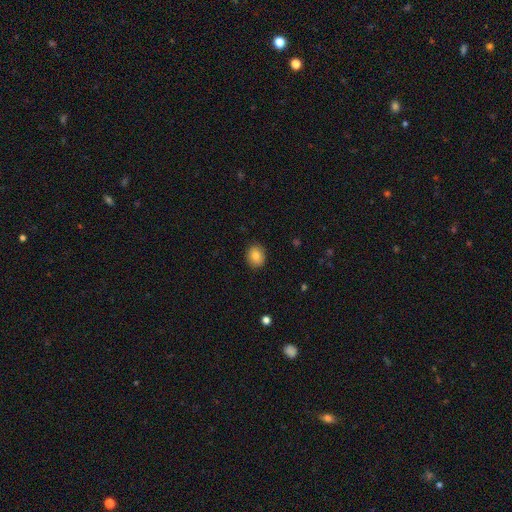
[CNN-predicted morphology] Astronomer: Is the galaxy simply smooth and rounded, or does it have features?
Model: smooth — 83%.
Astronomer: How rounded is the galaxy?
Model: round — 62% (runner-up: in between, 37%).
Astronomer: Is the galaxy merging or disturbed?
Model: none — 89%.